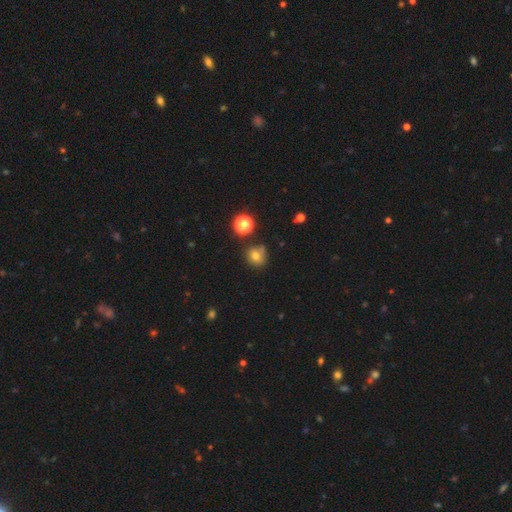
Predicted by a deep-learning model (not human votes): This appears to be a smooth galaxy with no disk features (72%) that is round (79%). Merging: none (66%).